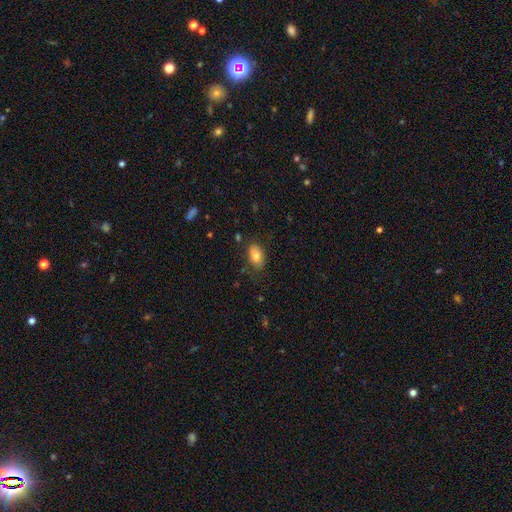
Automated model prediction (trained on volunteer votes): Smooth or featured? smooth (80%)
How rounded? in between (90%)
Merging? none (77%)